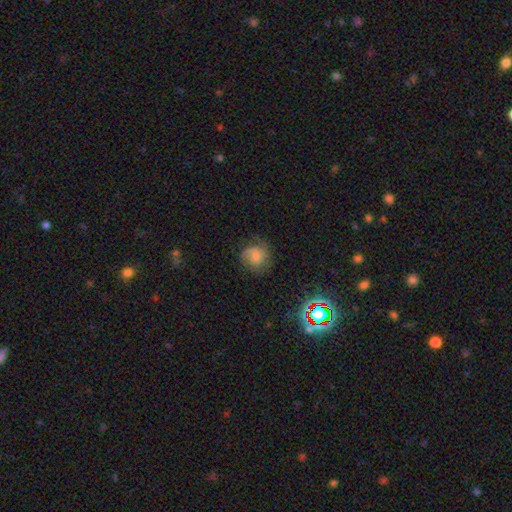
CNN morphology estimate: A featured or disk galaxy (46%). Merging: none (62%).